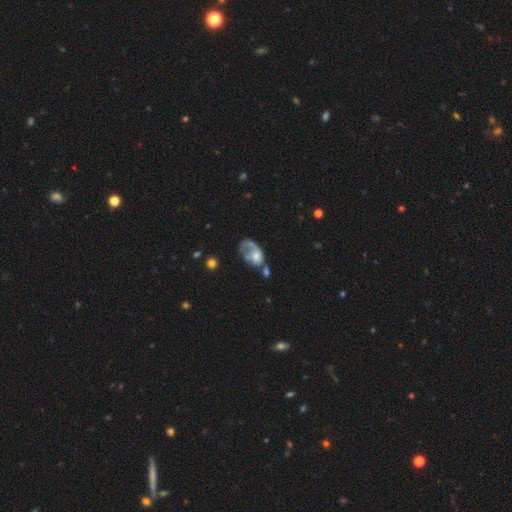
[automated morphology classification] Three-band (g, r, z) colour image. It shows a featured or disk galaxy (53%) with no bar (79%), spiral arms (52%) and a moderate central bulge (41%). Merging: major disturbance (43%).